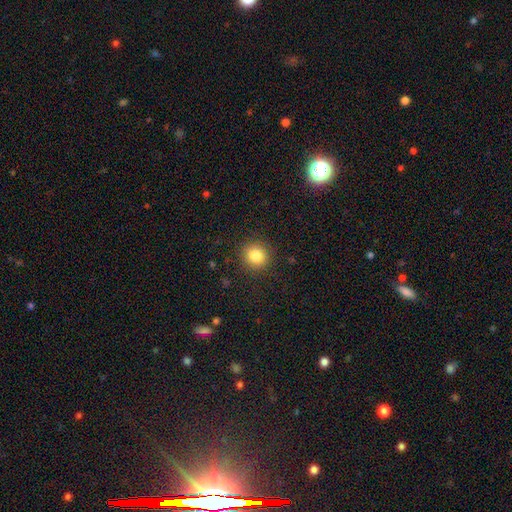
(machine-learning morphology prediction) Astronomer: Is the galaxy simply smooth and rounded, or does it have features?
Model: smooth — 83%.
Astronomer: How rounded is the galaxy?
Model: round — 90%.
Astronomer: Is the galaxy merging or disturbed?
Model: none — 90%.